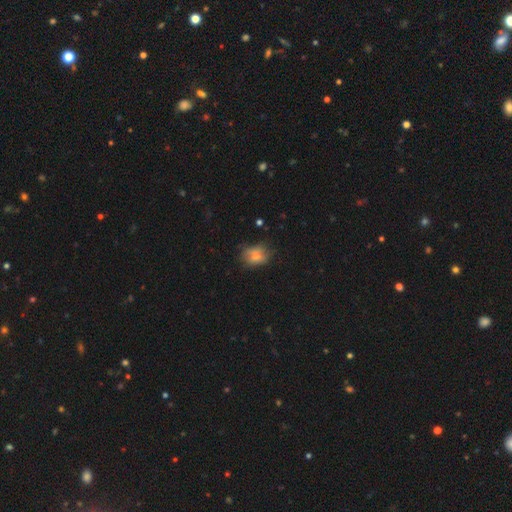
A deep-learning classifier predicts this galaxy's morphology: Smooth or featured? Predicted: smooth (p=0.68). How rounded? Predicted: in between (p=0.62). Merging? Predicted: none (p=0.52).